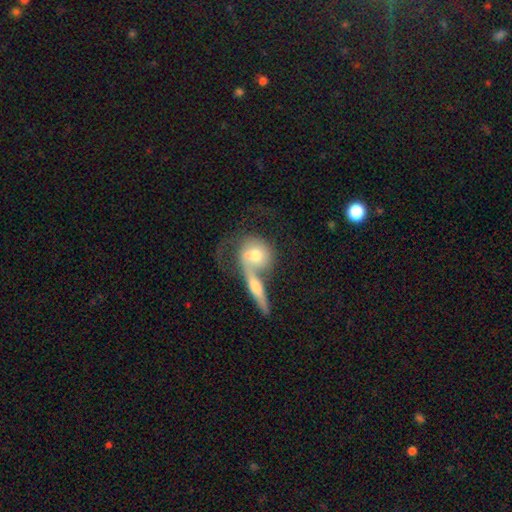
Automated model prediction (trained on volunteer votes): A featured or disk galaxy (48%). Merging: merger (64%).